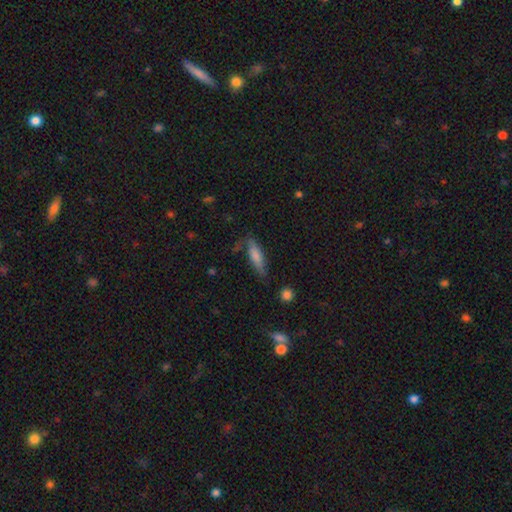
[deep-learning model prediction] Overall: smooth (74%). How rounded: cigar-shaped (64%; in between 34%). Merging: none (70%).